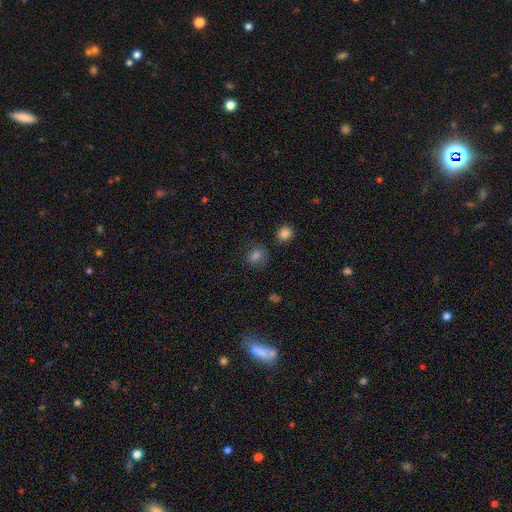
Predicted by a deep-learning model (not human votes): This appears to be a smooth galaxy with no disk features (78%) that is round (56%). Merging: none (72%).